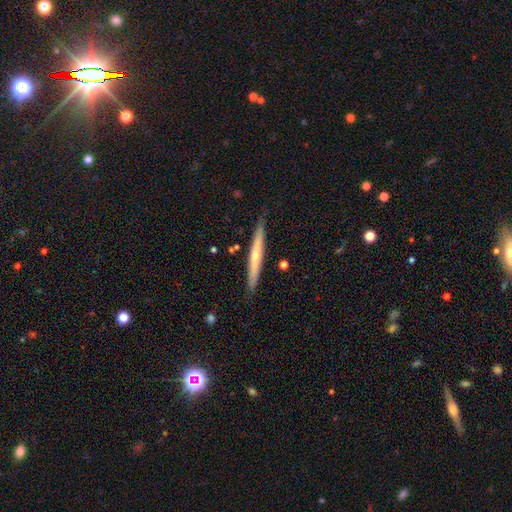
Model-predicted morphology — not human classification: A featured or disk galaxy (55%) viewed edge-on (95%) with a rounded central bulge (58%).

Vote fractions:
- Smooth or featured? featured or disk: 55% / smooth: 39% / star or artifact: 6%
- Edge-on disk? yes: 95% / no: 5%
- Edge-on bulge? rounded: 58% / none: 39% / boxy: 3%
- Merging? none: 86% / minor disturbance: 10% / merger: 2% / major disturbance: 2%